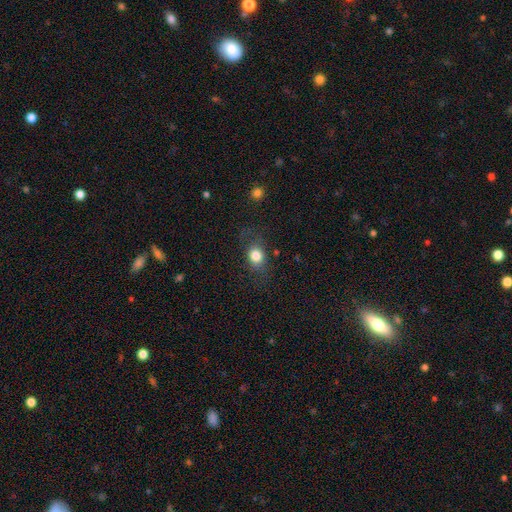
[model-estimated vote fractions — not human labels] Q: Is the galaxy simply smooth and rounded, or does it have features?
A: smooth — 79%.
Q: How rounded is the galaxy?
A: in between — 50%.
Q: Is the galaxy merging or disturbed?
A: none — 70%.